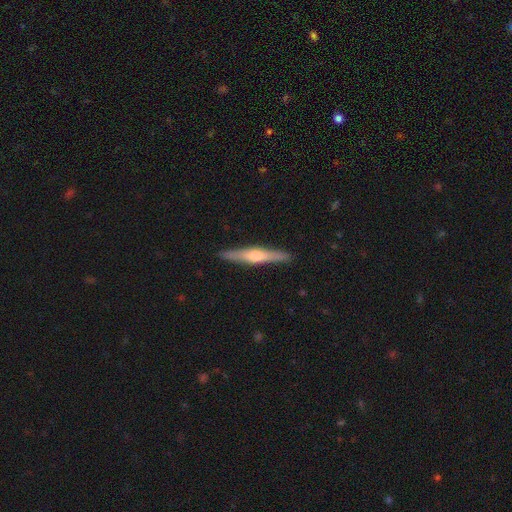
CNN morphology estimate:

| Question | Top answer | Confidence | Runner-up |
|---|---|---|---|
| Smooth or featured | featured or disk | 60% | smooth (35%) |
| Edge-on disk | yes | 97% | no (3%) |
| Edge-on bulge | rounded | 86% | none (8%) |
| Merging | none | 91% | minor disturbance (7%) |